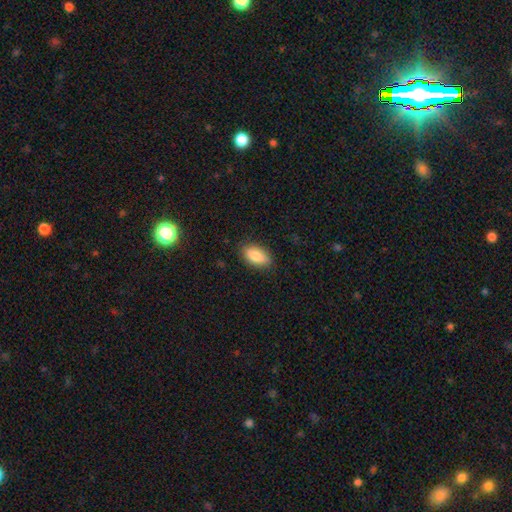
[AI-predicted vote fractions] Q: Smooth or featured?
A: smooth (84%); runner-up: featured or disk (9%)
Q: How rounded?
A: in between (88%); runner-up: cigar-shaped (8%)
Q: Merging?
A: none (85%); runner-up: minor disturbance (11%)